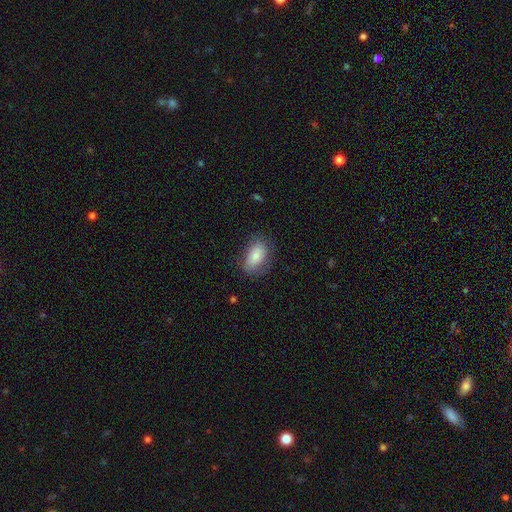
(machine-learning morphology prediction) smooth-or-featured: smooth: 74% | featured or disk: 19% | star or artifact: 7%
  how-rounded: in between: 90% | round: 8% | cigar-shaped: 2%
  merging: none: 71% | minor disturbance: 20% | major disturbance: 8% | merger: 1%